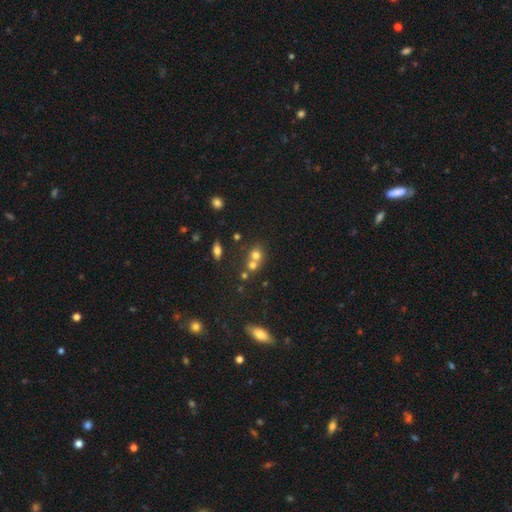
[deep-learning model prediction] Morphology: type=smooth (67%); roundness=round (76%); merging=merger (53%).